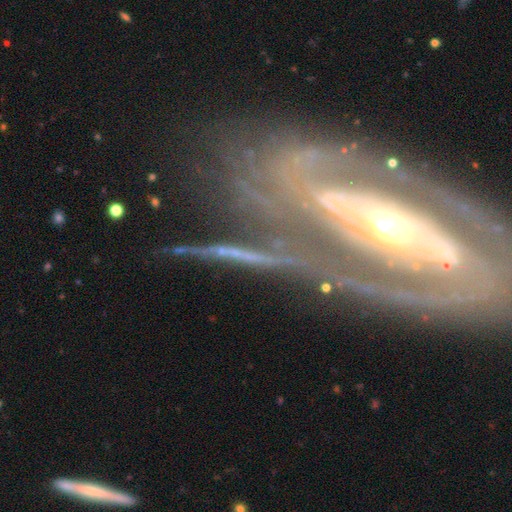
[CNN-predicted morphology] smooth_or_featured: featured or disk (p=0.85) [alt: star or artifact p=0.08]
disk_edge_on: no (p=0.84) [alt: yes p=0.16]
bar: no (p=0.40) [alt: strong p=0.34]
has_spiral_arms: yes (p=0.86) [alt: no p=0.14]
spiral_winding: tight (p=0.57) [alt: medium p=0.30]
spiral_arm_count: 2 (p=0.46) [alt: can't tell p=0.23]
bulge_size: moderate (p=0.56) [alt: small p=0.32]
merging: none (p=0.60) [alt: minor disturbance p=0.17]